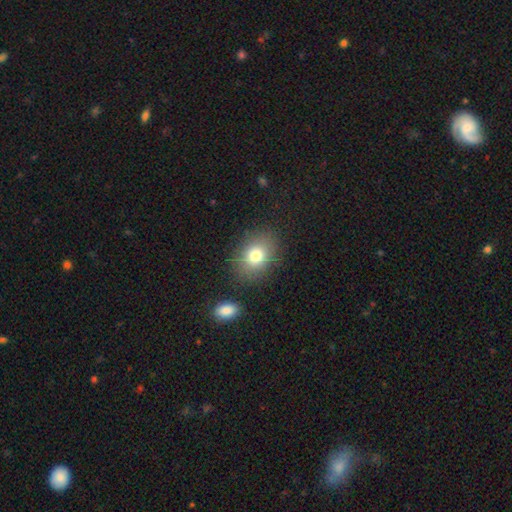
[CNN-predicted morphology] Smooth or featured? Predicted: smooth (p=0.78). How rounded? Predicted: in between (p=0.60). Merging? Predicted: none (p=0.82).